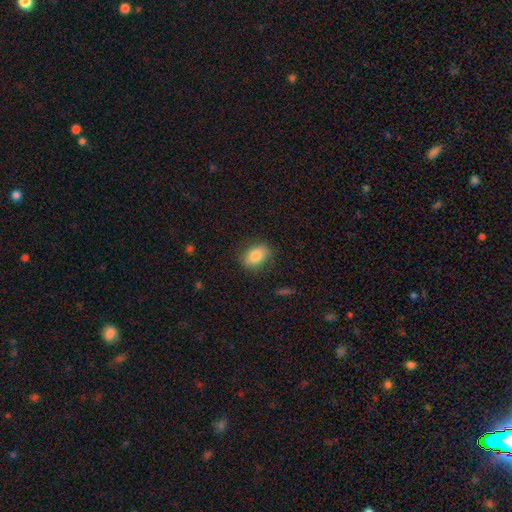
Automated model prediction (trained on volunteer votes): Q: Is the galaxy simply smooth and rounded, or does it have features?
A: smooth — 80%.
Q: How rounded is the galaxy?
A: in between — 80%.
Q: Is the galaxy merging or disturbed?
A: none — 81%.